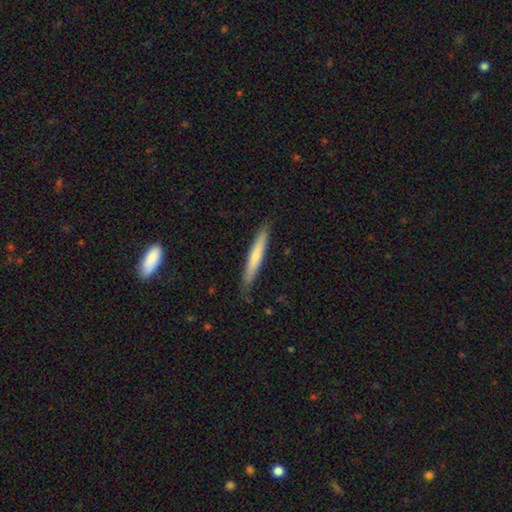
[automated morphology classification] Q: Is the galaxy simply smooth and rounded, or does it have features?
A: smooth — 59%.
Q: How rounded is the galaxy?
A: cigar-shaped — 95%.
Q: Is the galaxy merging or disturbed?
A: none — 86%.